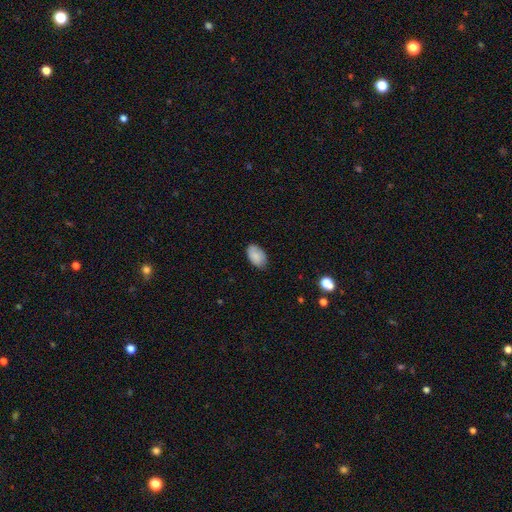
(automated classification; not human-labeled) This appears to be a smooth galaxy with no disk features (86%) that is in between round and cigar-shaped (93%). Merging: none (80%).